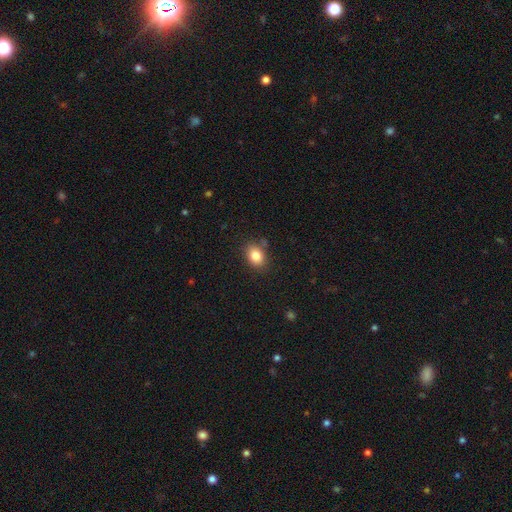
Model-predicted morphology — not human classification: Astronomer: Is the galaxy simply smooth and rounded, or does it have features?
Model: smooth — 84%.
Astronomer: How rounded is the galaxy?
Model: in between — 69%.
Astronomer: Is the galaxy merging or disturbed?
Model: none — 81%.